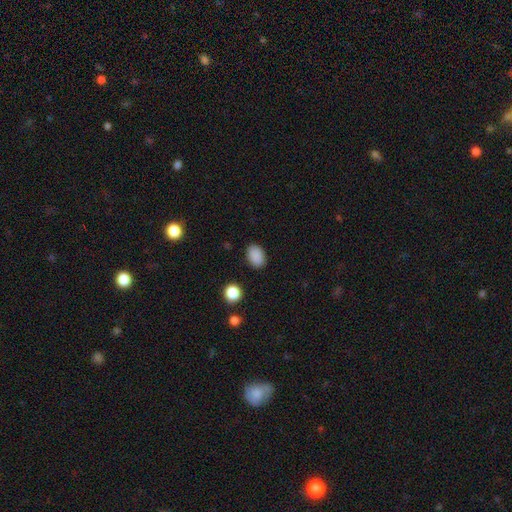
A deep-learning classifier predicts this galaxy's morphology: A smooth galaxy with no disk features (87%) that is in between round and cigar-shaped (80%).

Vote fractions:
- Smooth or featured? smooth: 87% / star or artifact: 10% / featured or disk: 3%
- How rounded? in between: 80% / round: 19% / cigar-shaped: 1%
- Merging? none: 87% / minor disturbance: 9% / major disturbance: 3% / merger: 1%